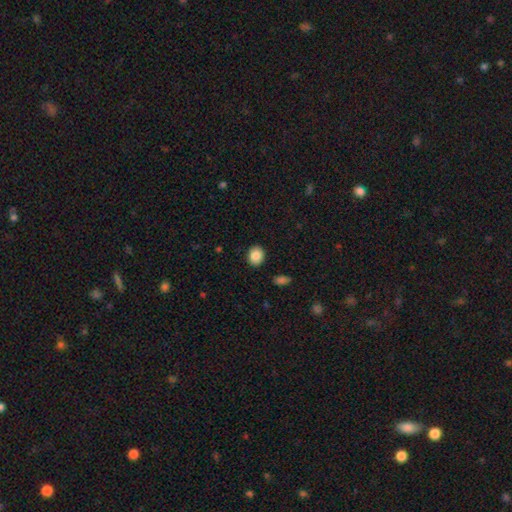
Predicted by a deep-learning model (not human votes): This is clearly a smooth galaxy (88%). How rounded: possibly round (57%). Merging: clearly none (90%).